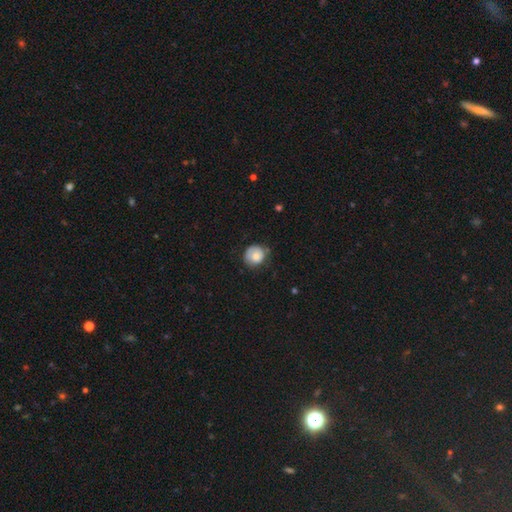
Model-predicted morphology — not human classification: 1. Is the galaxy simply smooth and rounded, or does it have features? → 76% smooth, 16% featured or disk, 8% star or artifact.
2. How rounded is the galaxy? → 83% round, 16% in between, 1% cigar-shaped.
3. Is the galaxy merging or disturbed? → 66% none, 26% minor disturbance, 6% major disturbance, 2% merger.